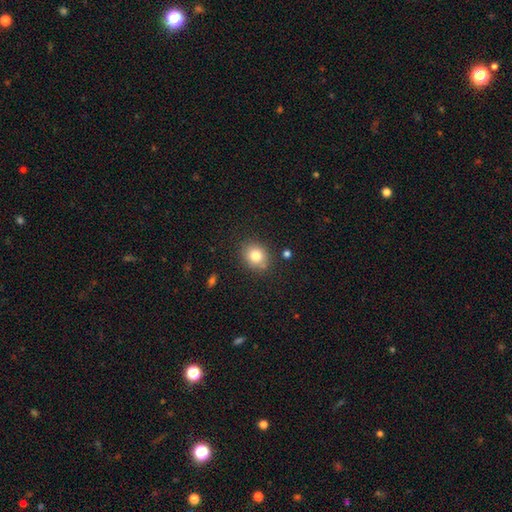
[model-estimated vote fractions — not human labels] Smooth or featured: smooth — 79% (star or artifact — 11%)
How rounded: round — 64% (in between — 35%)
Merging: none — 82% (minor disturbance — 12%)